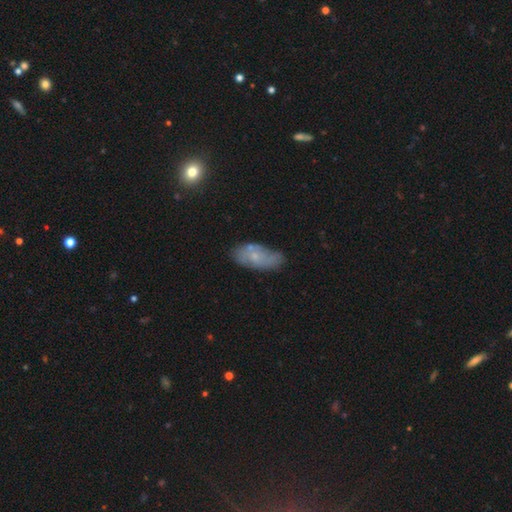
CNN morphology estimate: Q: Smooth or featured?
A: smooth (51%); runner-up: featured or disk (41%)
Q: How rounded?
A: in between (86%); runner-up: cigar-shaped (10%)
Q: Merging?
A: none (60%); runner-up: minor disturbance (26%)